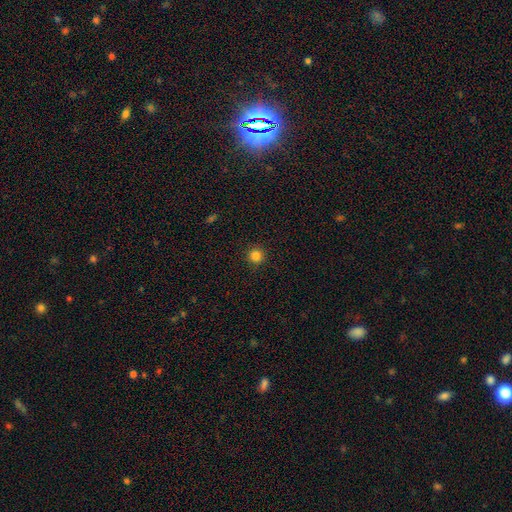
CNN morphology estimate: smooth_or_featured: smooth (p=0.84) [alt: star or artifact p=0.12]
how_rounded: round (p=0.95) [alt: in between p=0.04]
merging: none (p=0.92) [alt: minor disturbance p=0.05]